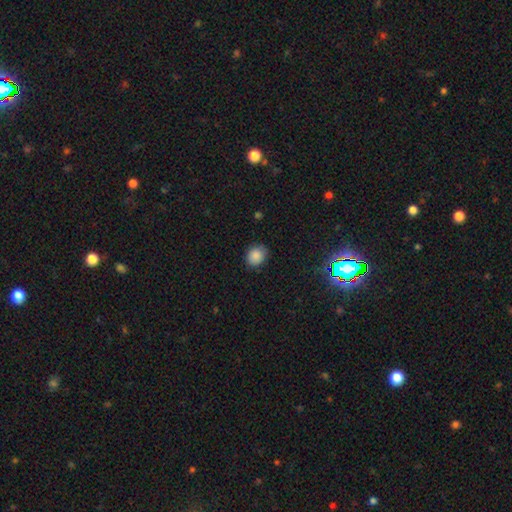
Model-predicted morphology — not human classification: smooth-or-featured: smooth: 86% | star or artifact: 10% | featured or disk: 4%
  how-rounded: round: 66% | in between: 33% | cigar-shaped: 1%
  merging: none: 85% | minor disturbance: 12% | major disturbance: 2% | merger: 1%